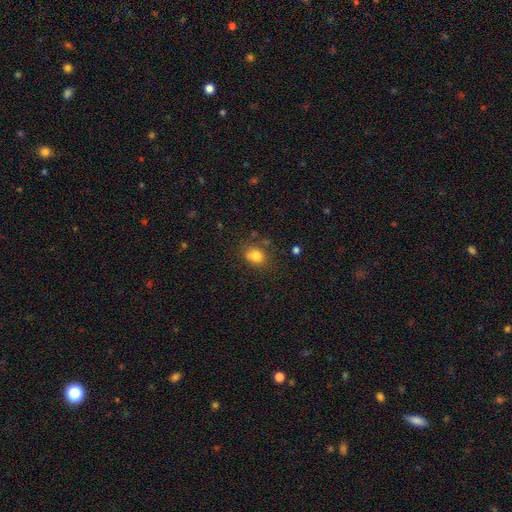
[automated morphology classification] type=smooth (81%); roundness=round (55%); merging=none (73%).